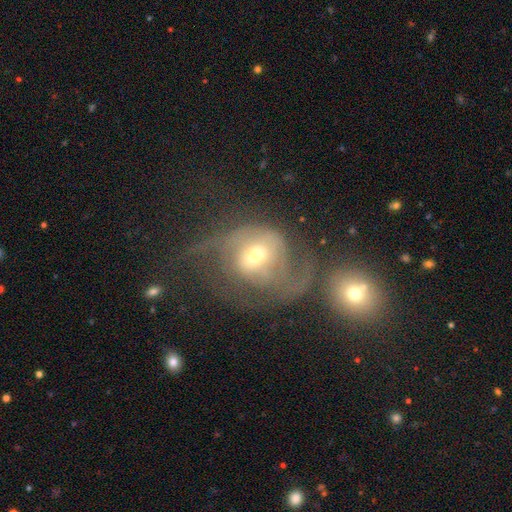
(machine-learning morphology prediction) This is likely a featured or disk galaxy (68%). It is clearly not viewed edge-on (96%). Bar: possibly no (49%). Spiral arm pattern: likely yes (75%). Central bulge: possibly moderate (56%). Merging: marginally major disturbance (41%).